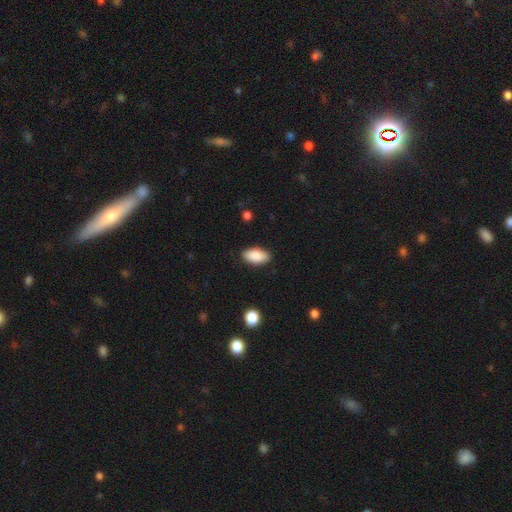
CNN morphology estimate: smooth-or-featured: smooth: 89% | star or artifact: 7% | featured or disk: 5%
  how-rounded: in between: 93% | cigar-shaped: 4% | round: 3%
  merging: none: 87% | minor disturbance: 10% | major disturbance: 2% | merger: 1%